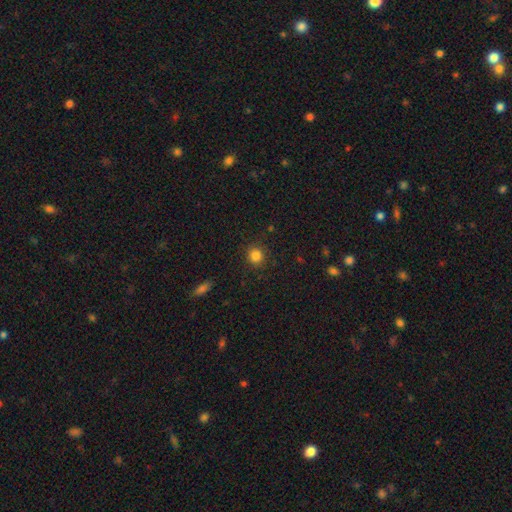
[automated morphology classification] smooth 84%, star or artifact 12%, featured or disk 4%. Down the decision tree: how rounded — round (90%); merging — none (88%).